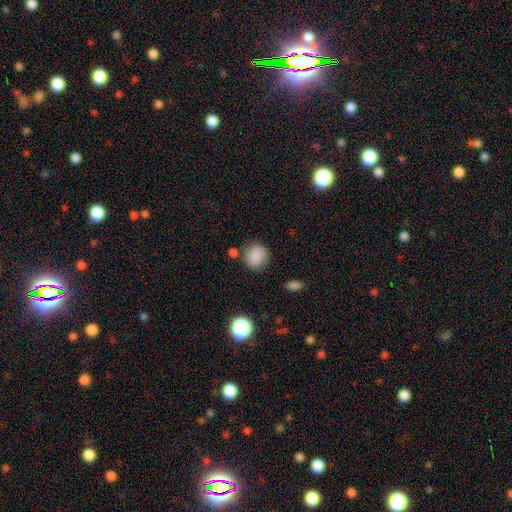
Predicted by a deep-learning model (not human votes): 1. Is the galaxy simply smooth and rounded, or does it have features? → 84% smooth, 9% star or artifact, 7% featured or disk.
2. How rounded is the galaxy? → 84% round, 15% in between, 1% cigar-shaped.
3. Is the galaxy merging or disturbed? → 75% none, 15% minor disturbance, 5% merger, 5% major disturbance.